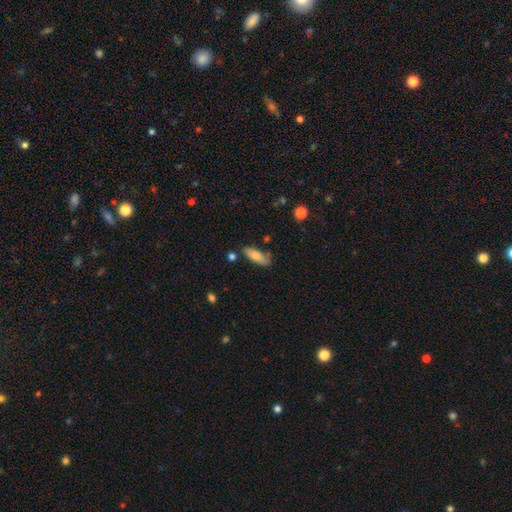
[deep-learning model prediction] smooth-or-featured: smooth: 72% | featured or disk: 21% | star or artifact: 7%
  how-rounded: in between: 73% | cigar-shaped: 25% | round: 2%
  merging: none: 71% | minor disturbance: 20% | merger: 5% | major disturbance: 4%